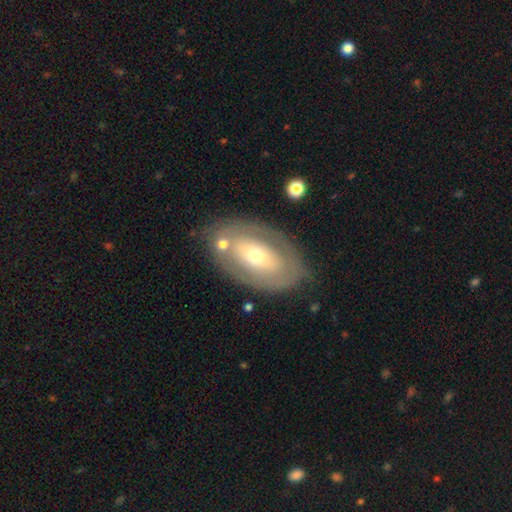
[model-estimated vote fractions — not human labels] Smooth or featured: featured or disk — 56% (smooth — 38%)
Edge-on disk: no — 90% (yes — 10%)
Bar: no — 72% (weak — 18%)
Spiral arms: no — 79% (yes — 21%)
Bulge size: moderate — 54% (small — 37%)
Merging: none — 74% (minor disturbance — 14%)